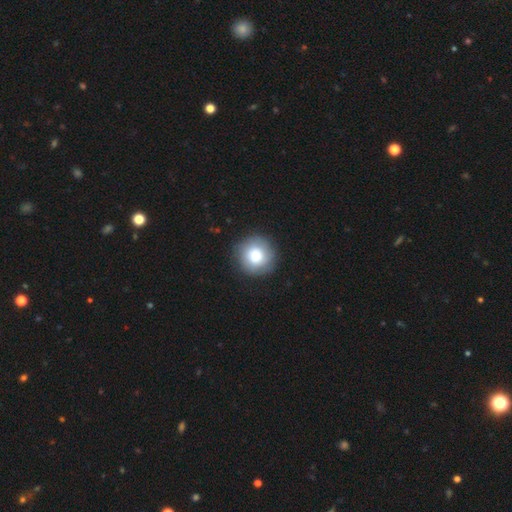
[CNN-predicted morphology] A smooth galaxy with no disk features (78%) that is round (95%).

Vote fractions:
- Smooth or featured? smooth: 78% / featured or disk: 14% / star or artifact: 8%
- How rounded? round: 95% / in between: 4% / cigar-shaped: 1%
- Merging? none: 87% / minor disturbance: 9% / major disturbance: 3% / merger: 1%